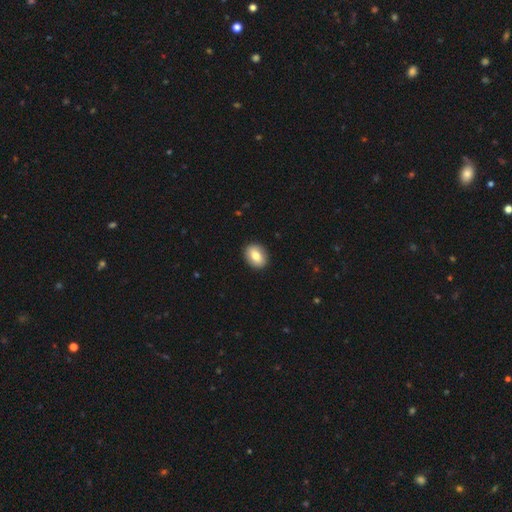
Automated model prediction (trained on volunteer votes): smooth 77%, featured or disk 16%, star or artifact 7%. Down the decision tree: how rounded — in between (66%); merging — none (90%).